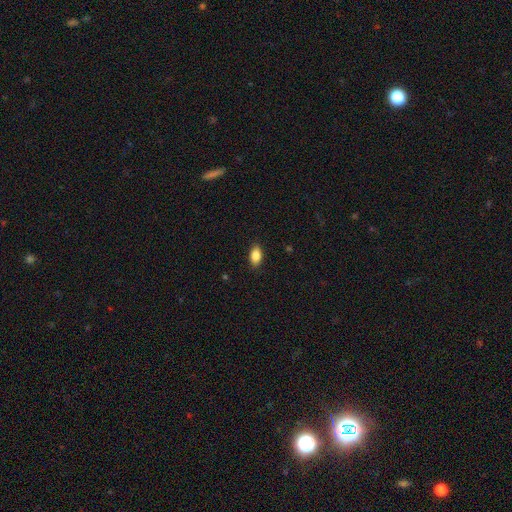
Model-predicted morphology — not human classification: A smooth galaxy with no disk features (86%) that is in between round and cigar-shaped (91%).

Vote fractions:
- Smooth or featured? smooth: 86% / star or artifact: 8% / featured or disk: 7%
- How rounded? in between: 91% / round: 6% / cigar-shaped: 4%
- Merging? none: 89% / minor disturbance: 9% / major disturbance: 2% / merger: 1%